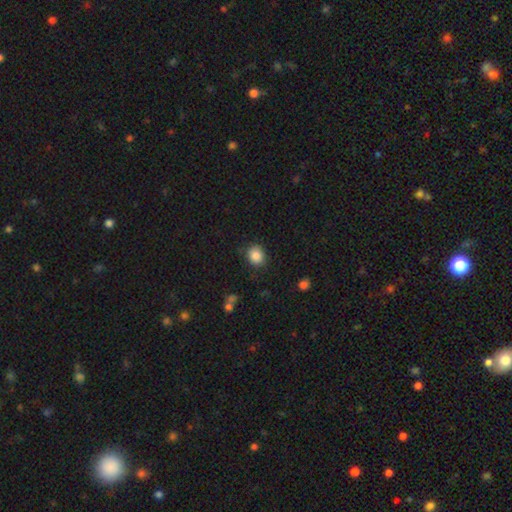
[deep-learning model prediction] A smooth galaxy with no disk features (86%) that is round (67%). Merging: none (84%).